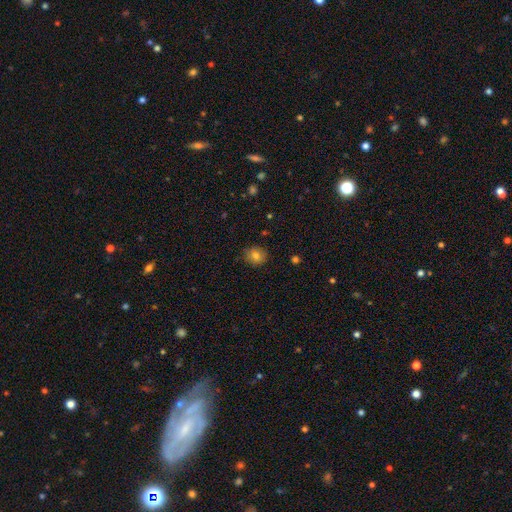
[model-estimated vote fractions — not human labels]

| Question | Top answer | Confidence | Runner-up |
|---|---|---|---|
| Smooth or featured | smooth | 79% | star or artifact (11%) |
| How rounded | round | 77% | in between (22%) |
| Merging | none | 85% | minor disturbance (11%) |